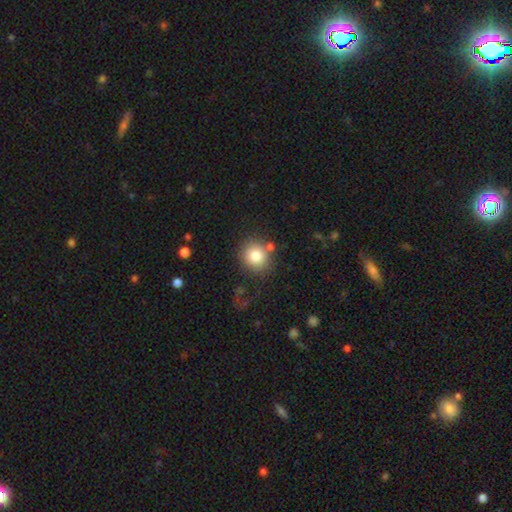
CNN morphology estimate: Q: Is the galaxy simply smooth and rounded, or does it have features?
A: smooth — 82%.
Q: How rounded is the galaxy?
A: round — 83%.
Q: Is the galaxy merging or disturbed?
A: none — 75%.